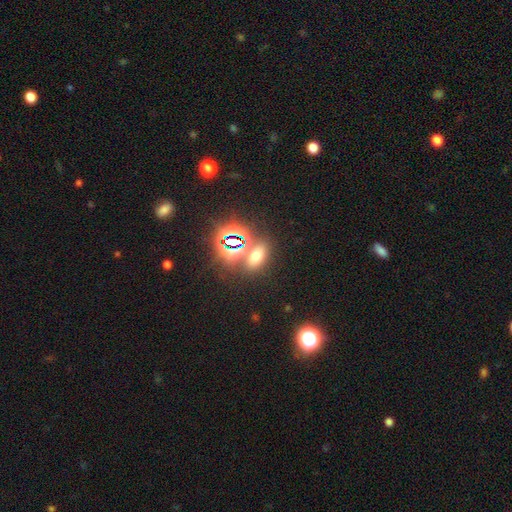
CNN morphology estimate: This is possibly a smooth galaxy (50%). How rounded: likely in between (72%). Merging: likely none (71%).